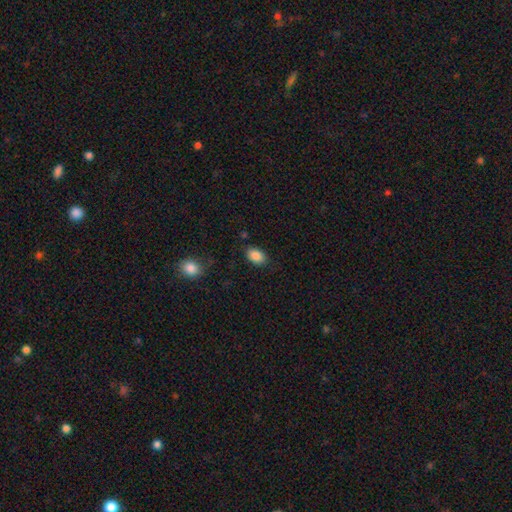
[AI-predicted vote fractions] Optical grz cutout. It shows a smooth galaxy with no disk features (86%) that is in between round and cigar-shaped (86%). Merging: none (83%).